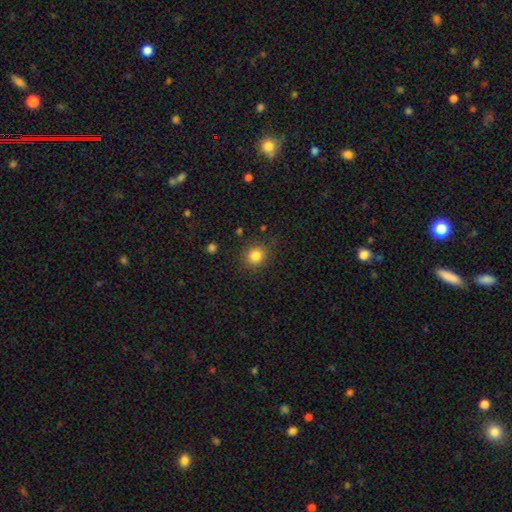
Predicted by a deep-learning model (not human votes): Morphology: type=smooth (84%); roundness=round (82%); merging=none (86%).